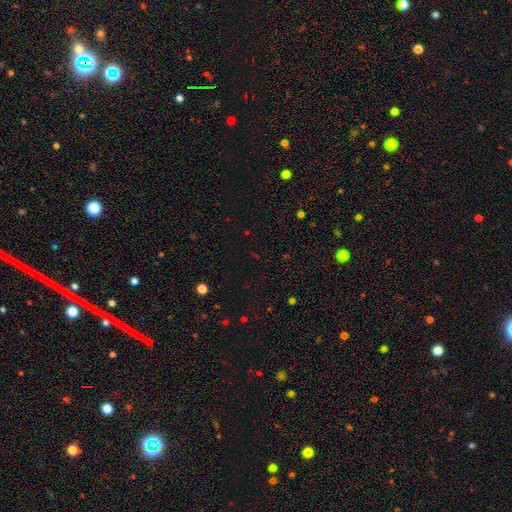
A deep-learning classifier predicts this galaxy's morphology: The model was most divided on "smooth or featured": star or artifact: 65%, smooth: 27%, featured or disk: 8%.